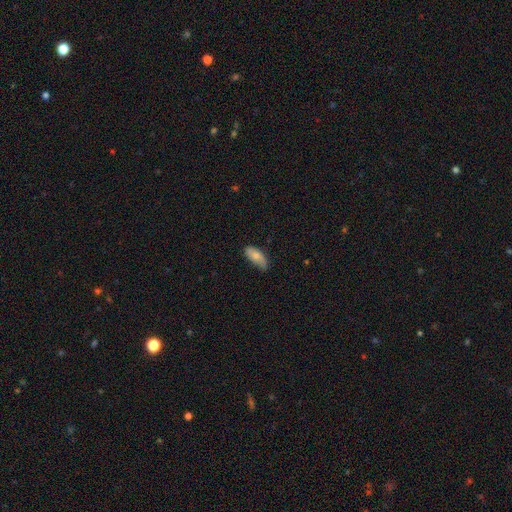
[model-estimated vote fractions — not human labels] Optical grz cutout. It shows a smooth galaxy with no disk features (74%) that is in between round and cigar-shaped (87%). Merging: none (61%).